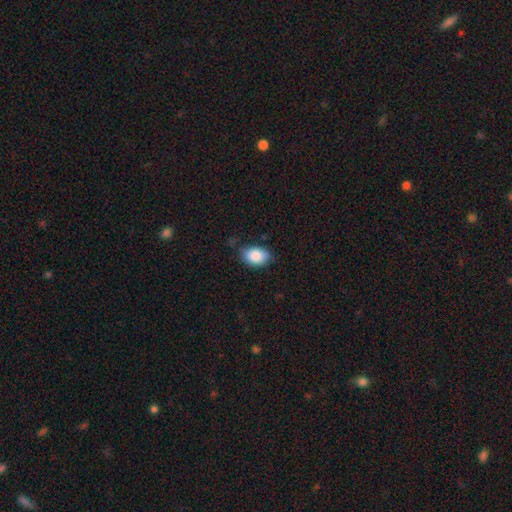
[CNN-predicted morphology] Smooth or featured? smooth (86%)
How rounded? in between (83%)
Merging? none (74%)